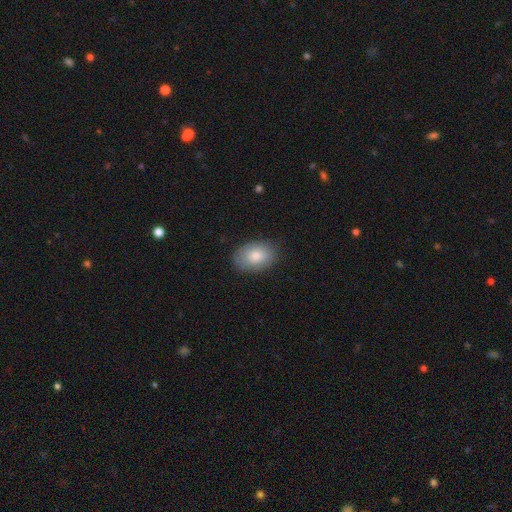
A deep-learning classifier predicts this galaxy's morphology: Smooth or featured? Predicted: smooth (p=0.83). How rounded? Predicted: in between (p=0.84). Merging? Predicted: none (p=0.83).